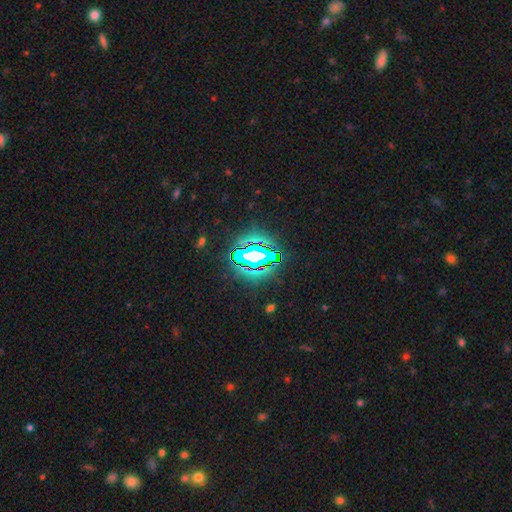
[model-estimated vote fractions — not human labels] star or artifact 74%, smooth 13%, featured or disk 13%.